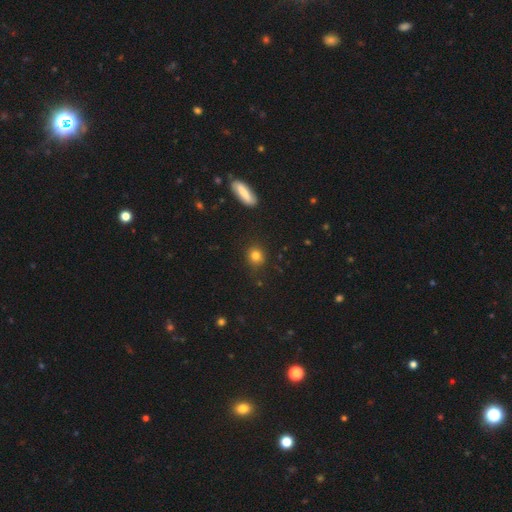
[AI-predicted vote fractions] Smooth or featured?
  - smooth: 81% *
  - star or artifact: 13%
  - featured or disk: 7%
How rounded?
  - round: 81% *
  - in between: 18%
  - cigar-shaped: 2%
Merging?
  - none: 84% *
  - minor disturbance: 11%
  - major disturbance: 3%
  - merger: 2%